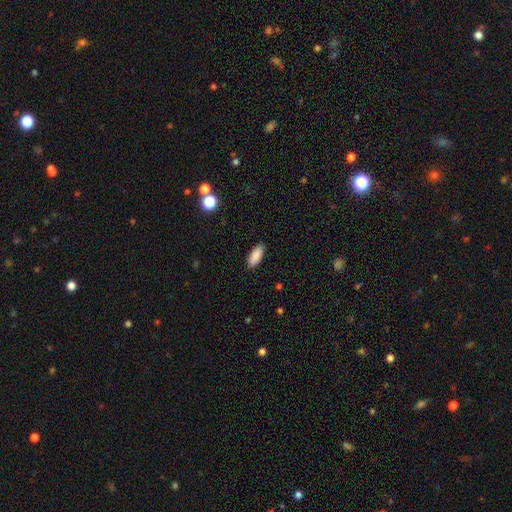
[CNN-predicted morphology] Overall: smooth (89%). How rounded: in between (77%). Merging: none (89%).